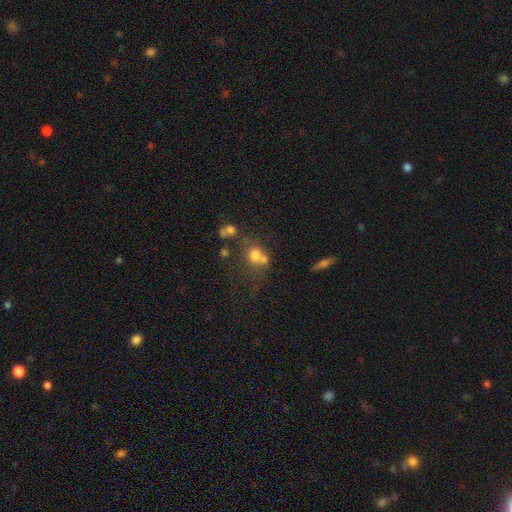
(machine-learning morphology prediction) Smooth or featured? Predicted: smooth (p=0.70). How rounded? Predicted: round (p=0.77). Merging? Predicted: none (p=0.42).